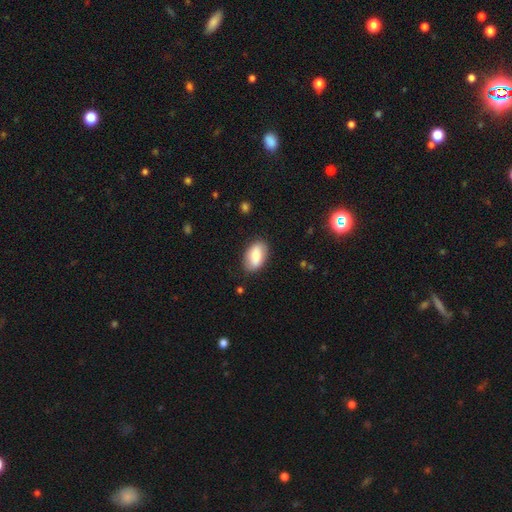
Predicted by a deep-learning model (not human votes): smooth 80%, featured or disk 14%, star or artifact 6%. Down the decision tree: how rounded — in between (93%); merging — none (83%).